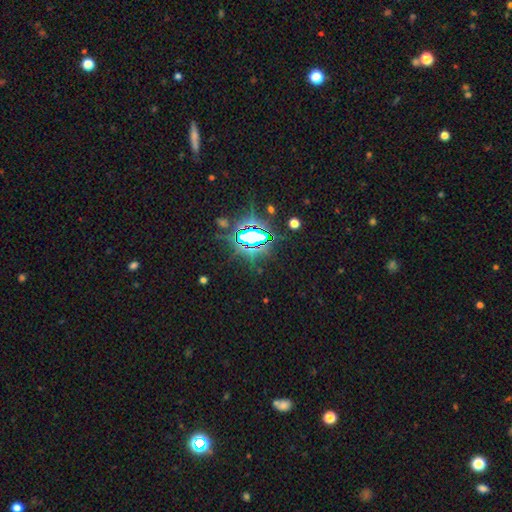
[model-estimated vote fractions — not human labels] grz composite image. It shows a star or artifact, not a galaxy (84%).